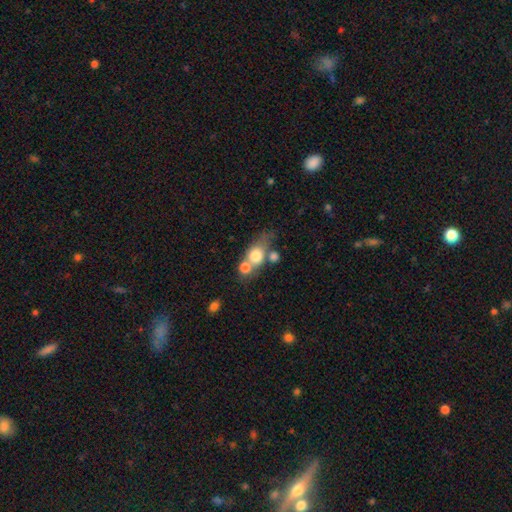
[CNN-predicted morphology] smooth-or-featured: smooth: 70% | featured or disk: 20% | star or artifact: 10%
  how-rounded: round: 57% | in between: 39% | cigar-shaped: 4%
  merging: merger: 48% | none: 32% | minor disturbance: 11% | major disturbance: 9%